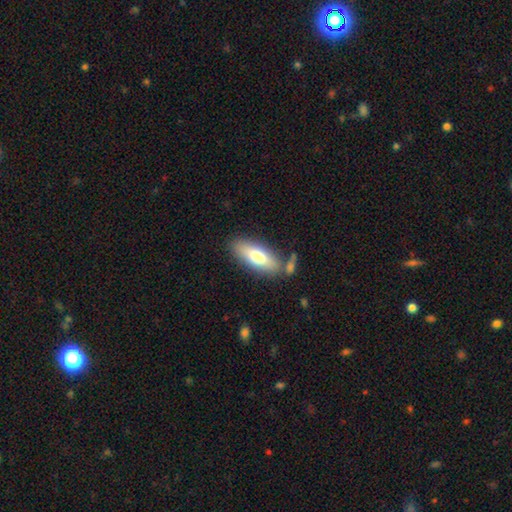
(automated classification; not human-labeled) A smooth galaxy with no disk features (72%) that is in between round and cigar-shaped (73%).

Vote fractions:
- Smooth or featured? smooth: 72% / featured or disk: 22% / star or artifact: 6%
- How rounded? in between: 73% / cigar-shaped: 25% / round: 2%
- Merging? none: 73% / minor disturbance: 13% / merger: 9% / major disturbance: 4%